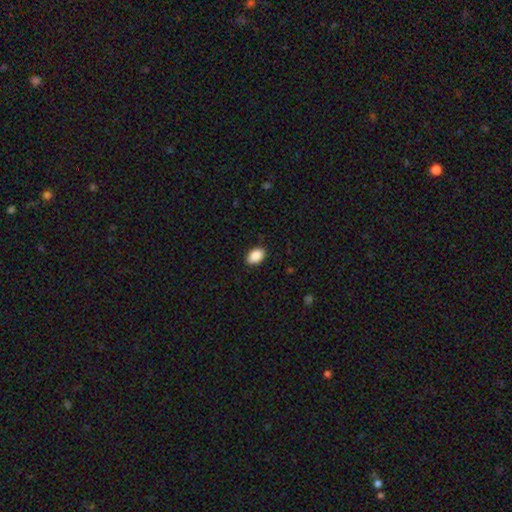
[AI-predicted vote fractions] The model was most divided on "how rounded": in between: 89%, round: 10%, cigar-shaped: 1%. More confident: smooth or featured — smooth (89%); merging — none (88%).